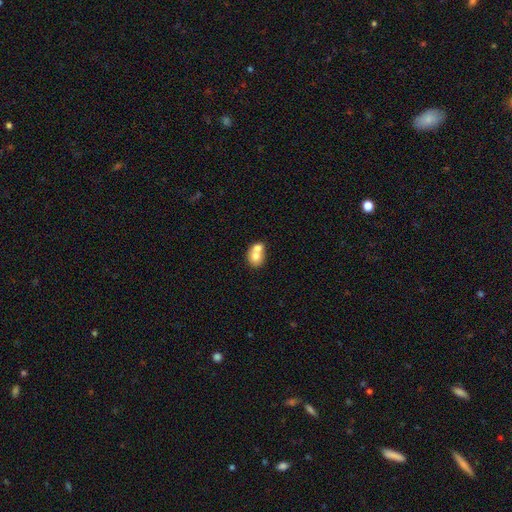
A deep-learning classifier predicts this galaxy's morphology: type=smooth (69%); roundness=round (62%); merging=merger (67%).